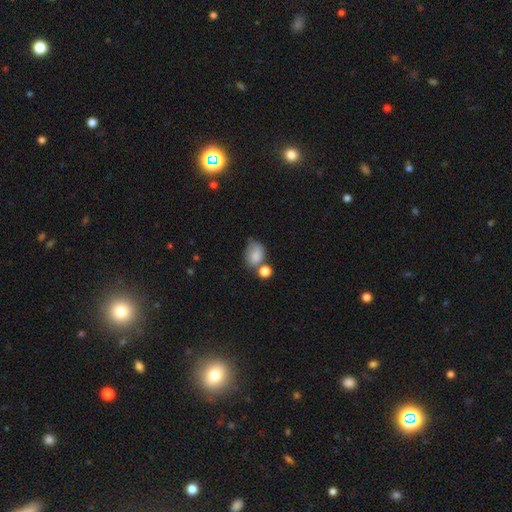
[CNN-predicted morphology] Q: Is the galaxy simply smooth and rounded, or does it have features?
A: smooth — 81%.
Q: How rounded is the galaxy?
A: in between — 74%.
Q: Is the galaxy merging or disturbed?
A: none — 41%.